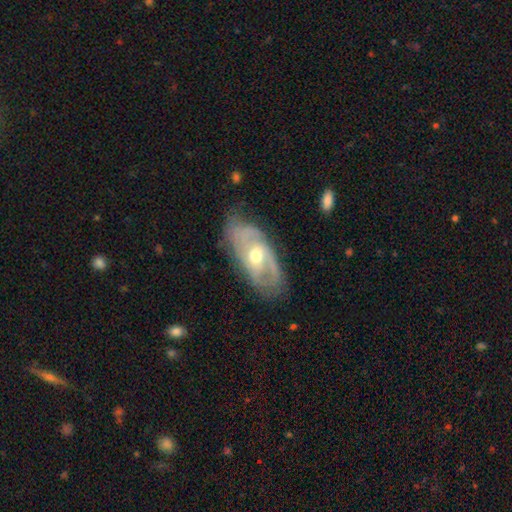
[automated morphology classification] Smooth or featured: featured or disk — 75% (smooth — 19%)
Edge-on disk: no — 90% (yes — 10%)
Bar: no — 59% (weak — 31%)
Spiral arms: yes — 81% (no — 19%)
Spiral winding: tight — 44% (medium — 38%)
Spiral arm count: 2 — 49% (can't tell — 31%)
Bulge size: moderate — 69% (small — 24%)
Merging: none — 67% (minor disturbance — 23%)